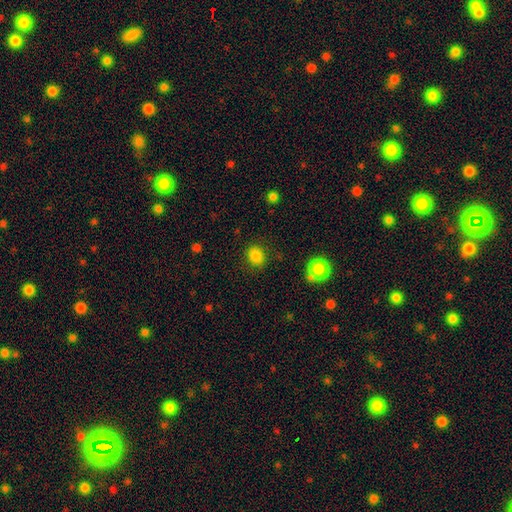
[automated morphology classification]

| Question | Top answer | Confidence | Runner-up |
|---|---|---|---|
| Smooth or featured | smooth | 85% | star or artifact (11%) |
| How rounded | round | 55% | in between (44%) |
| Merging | none | 85% | minor disturbance (10%) |